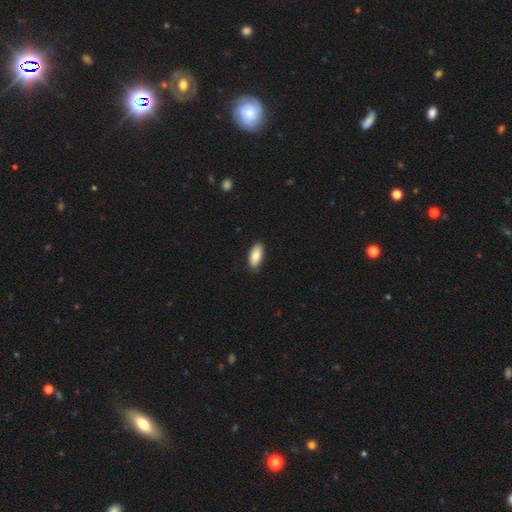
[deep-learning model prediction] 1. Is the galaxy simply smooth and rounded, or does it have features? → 84% smooth, 10% featured or disk, 6% star or artifact.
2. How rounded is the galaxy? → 90% in between, 8% cigar-shaped, 2% round.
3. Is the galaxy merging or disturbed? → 87% none, 11% minor disturbance, 2% major disturbance, 1% merger.